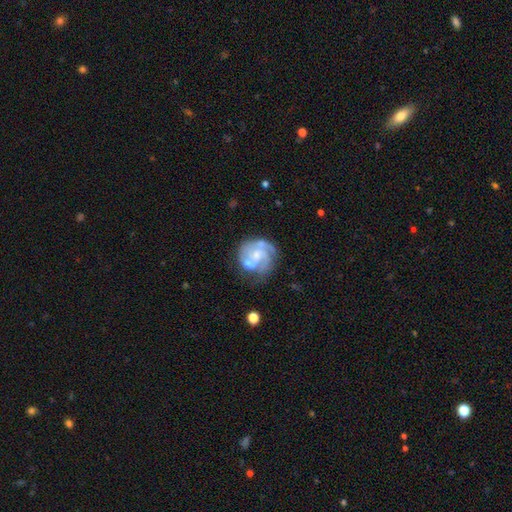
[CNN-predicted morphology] Q: Smooth or featured?
A: featured or disk (78%); runner-up: smooth (16%)
Q: Edge-on disk?
A: no (98%); runner-up: yes (2%)
Q: Bar?
A: no (68%); runner-up: weak (28%)
Q: Spiral arms?
A: yes (90%); runner-up: no (10%)
Q: Spiral winding?
A: tight (54%); runner-up: medium (36%)
Q: Spiral arm count?
A: 3 (38%); runner-up: can't tell (23%)
Q: Bulge size?
A: small (51%); runner-up: moderate (35%)
Q: Merging?
A: none (54%); runner-up: minor disturbance (21%)